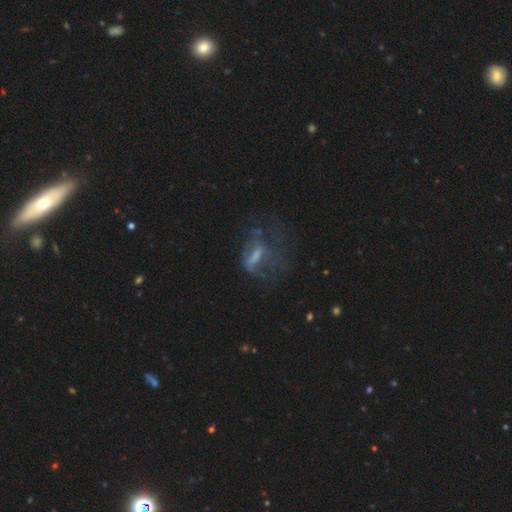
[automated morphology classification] Smooth or featured? Predicted: featured or disk (p=0.57). Edge-on disk? Predicted: no (p=0.88). Bar? Predicted: no (p=0.36). Spiral arms? Predicted: no (p=0.60). Bulge size? Predicted: small (p=0.33). Merging? Predicted: major disturbance (p=0.41).